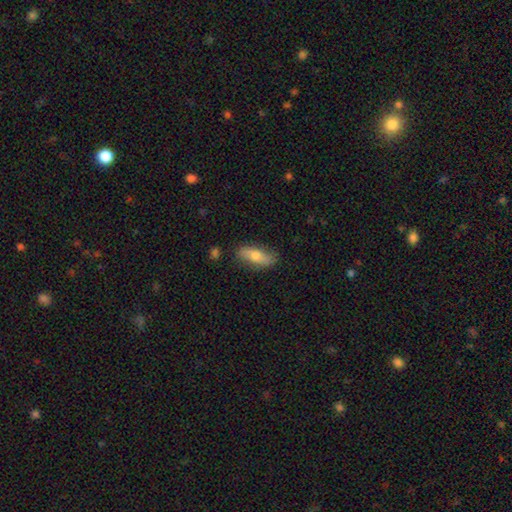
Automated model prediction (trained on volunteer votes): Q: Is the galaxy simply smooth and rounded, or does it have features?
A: smooth — 67%.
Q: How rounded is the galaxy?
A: in between — 63%.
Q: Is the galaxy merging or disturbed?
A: none — 81%.